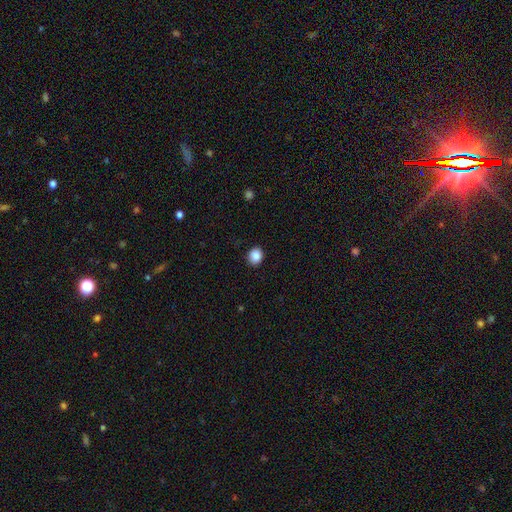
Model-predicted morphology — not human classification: Smooth or featured? Predicted: smooth (p=0.88). How rounded? Predicted: round (p=0.69). Merging? Predicted: none (p=0.89).